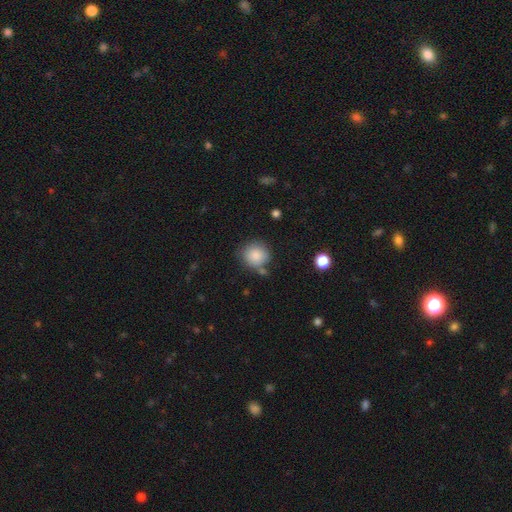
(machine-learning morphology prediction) smooth_or_featured: smooth (p=0.86) [alt: star or artifact p=0.08]
how_rounded: round (p=0.86) [alt: in between p=0.13]
merging: none (p=0.69) [alt: minor disturbance p=0.17]